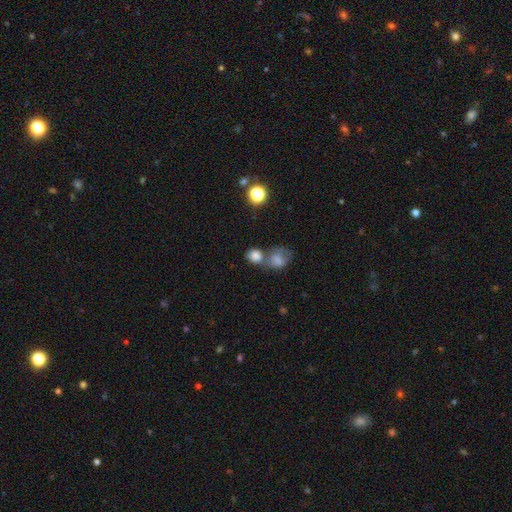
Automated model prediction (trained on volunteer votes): smooth-or-featured: smooth: 80% | star or artifact: 11% | featured or disk: 9%
  how-rounded: round: 60% | in between: 39% | cigar-shaped: 1%
  merging: merger: 46% | none: 38% | minor disturbance: 10% | major disturbance: 5%